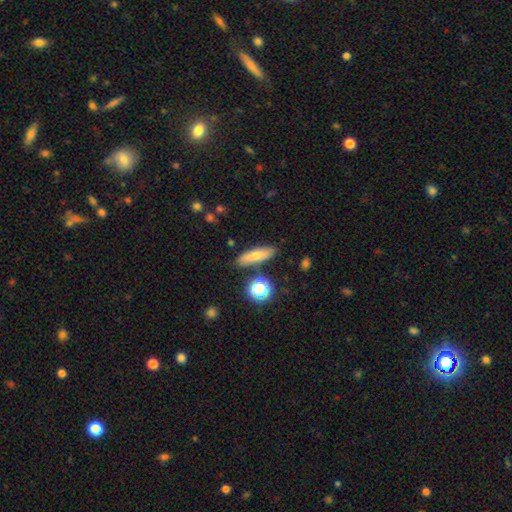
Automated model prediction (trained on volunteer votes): The model was most divided on "how rounded": cigar-shaped: 56%, in between: 37%, round: 7%. More confident: merging — none (81%); smooth or featured — smooth (65%).